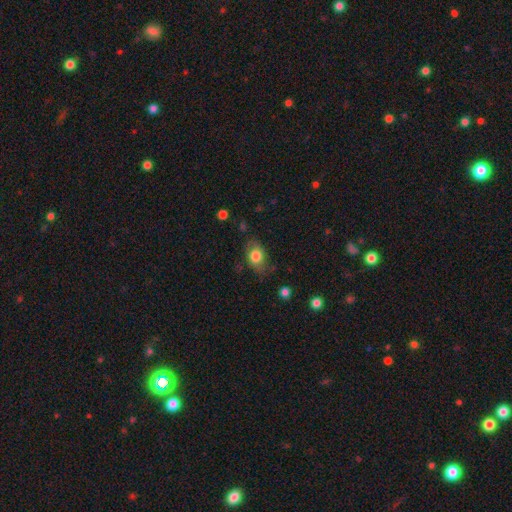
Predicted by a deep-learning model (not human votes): smooth_or_featured: smooth (p=0.77) [alt: featured or disk p=0.15]
how_rounded: in between (p=0.78) [alt: round p=0.20]
merging: none (p=0.69) [alt: minor disturbance p=0.22]